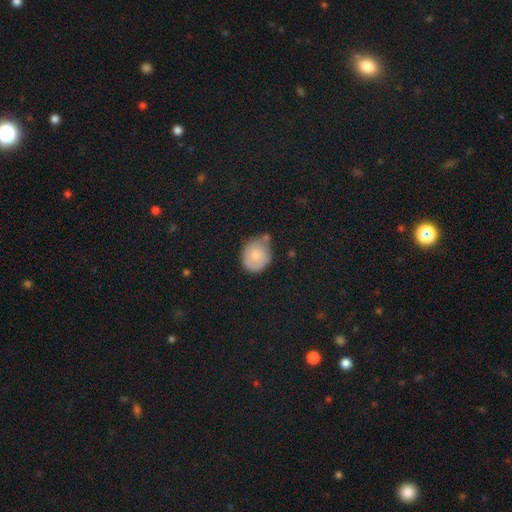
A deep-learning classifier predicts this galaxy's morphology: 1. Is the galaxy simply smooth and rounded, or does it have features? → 77% smooth, 16% featured or disk, 7% star or artifact.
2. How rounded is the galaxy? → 65% round, 34% in between, 1% cigar-shaped.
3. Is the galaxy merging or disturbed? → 55% none, 28% minor disturbance, 10% merger, 6% major disturbance.